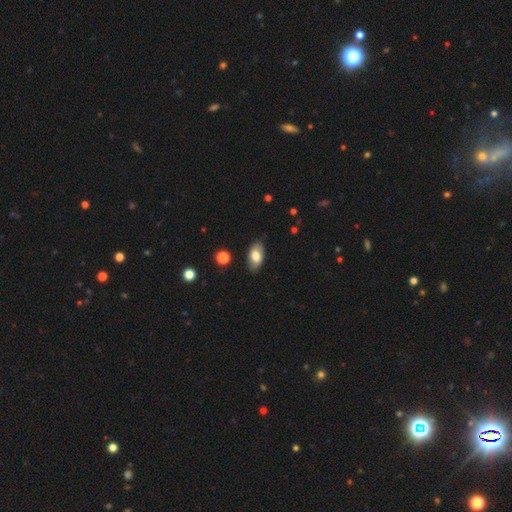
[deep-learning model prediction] Smooth or featured: smooth — 74% (featured or disk — 19%)
How rounded: in between — 93% (round — 4%)
Merging: none — 85% (minor disturbance — 11%)